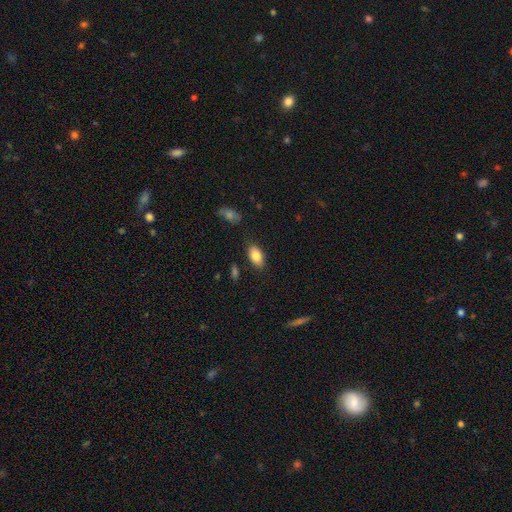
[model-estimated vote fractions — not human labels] smooth_or_featured: smooth (p=0.83) [alt: featured or disk p=0.10]
how_rounded: in between (p=0.93) [alt: round p=0.04]
merging: none (p=0.84) [alt: minor disturbance p=0.11]